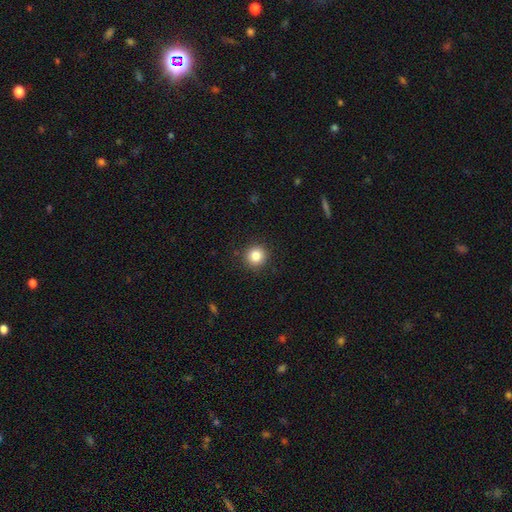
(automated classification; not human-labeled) Smooth or featured? Predicted: smooth (p=0.84). How rounded? Predicted: round (p=0.93). Merging? Predicted: none (p=0.91).